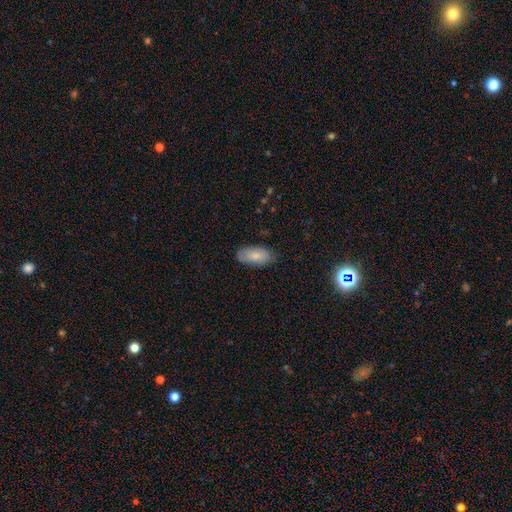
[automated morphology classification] Q: Smooth or featured?
A: smooth (81%); runner-up: featured or disk (12%)
Q: How rounded?
A: in between (91%); runner-up: cigar-shaped (6%)
Q: Merging?
A: none (79%); runner-up: minor disturbance (17%)